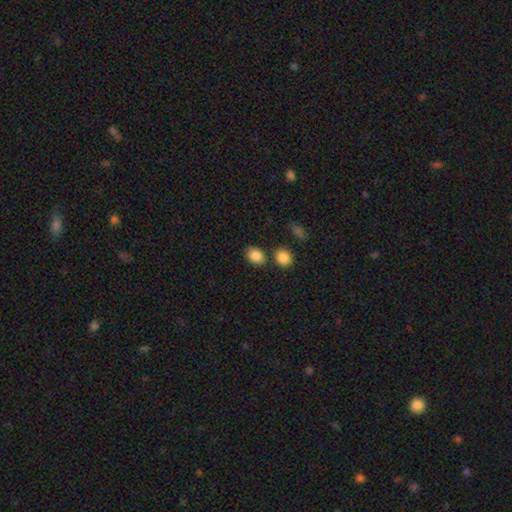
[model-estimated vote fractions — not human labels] smooth-or-featured: smooth: 86% | star or artifact: 9% | featured or disk: 5%
  how-rounded: in between: 71% | round: 27% | cigar-shaped: 1%
  merging: none: 74% | minor disturbance: 11% | merger: 11% | major disturbance: 3%